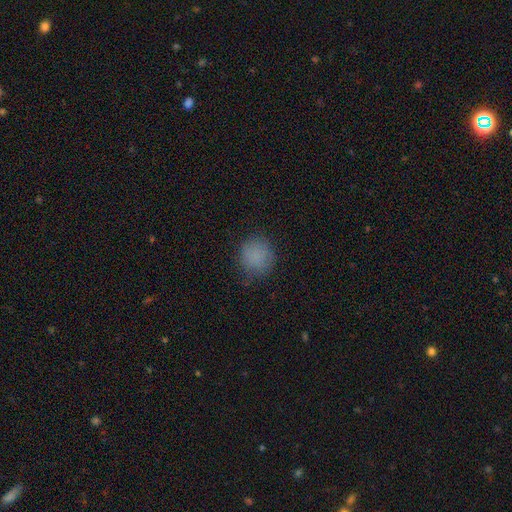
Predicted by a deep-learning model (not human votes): This appears to be a smooth galaxy with no disk features (84%) that is round (84%). Merging: none (76%).